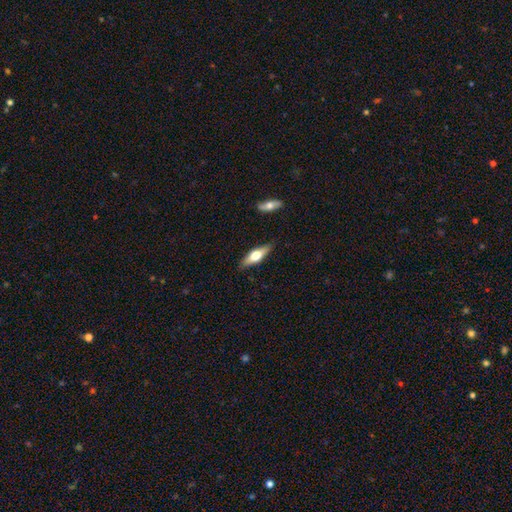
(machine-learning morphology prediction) This is possibly a smooth galaxy (49%). Merging: clearly none (85%).